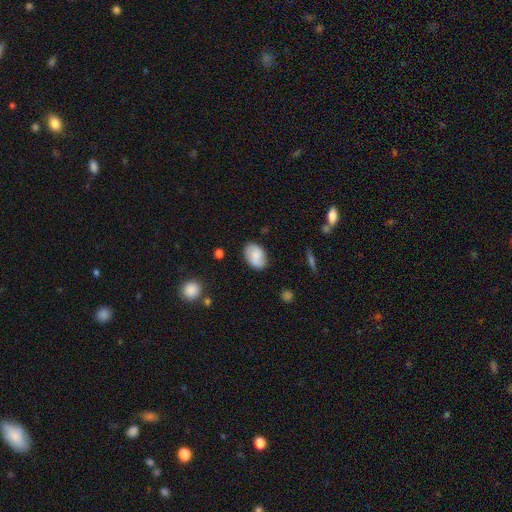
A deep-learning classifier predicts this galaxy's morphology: smooth_or_featured: smooth (p=0.72) [alt: featured or disk p=0.20]
how_rounded: in between (p=0.84) [alt: round p=0.14]
merging: none (p=0.78) [alt: minor disturbance p=0.17]